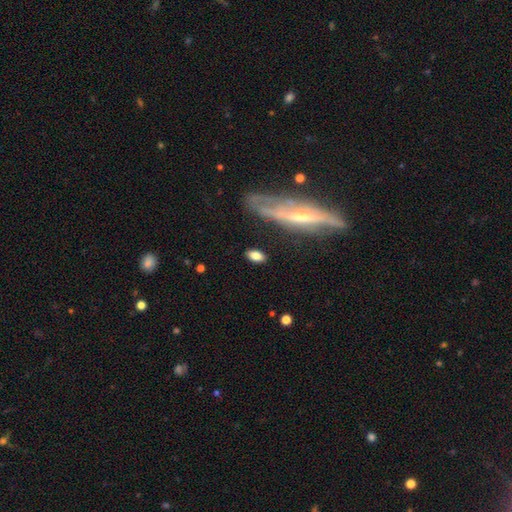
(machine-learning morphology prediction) Smooth or featured? smooth (75%)
How rounded? in between (84%)
Merging? none (81%)